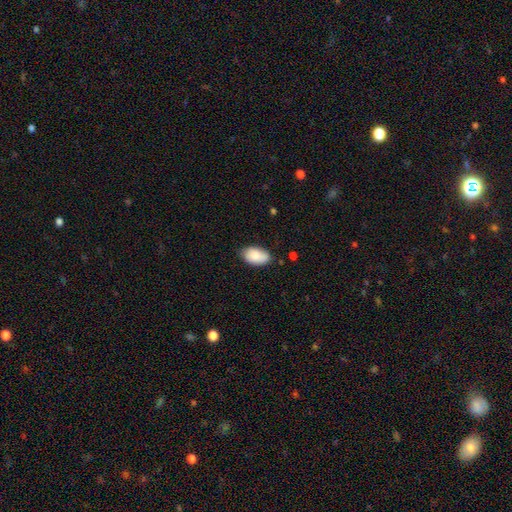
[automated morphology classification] smooth_or_featured: smooth (p=0.83) [alt: featured or disk p=0.11]
how_rounded: in between (p=0.93) [alt: round p=0.06]
merging: none (p=0.72) [alt: minor disturbance p=0.22]